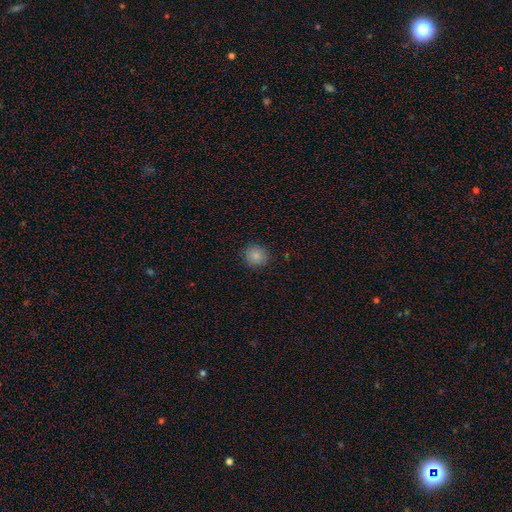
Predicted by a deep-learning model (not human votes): A smooth galaxy with no disk features (84%) that is round (88%).

Vote fractions:
- Smooth or featured? smooth: 84% / star or artifact: 10% / featured or disk: 7%
- How rounded? round: 88% / in between: 11% / cigar-shaped: 1%
- Merging? none: 87% / minor disturbance: 10% / major disturbance: 2% / merger: 1%